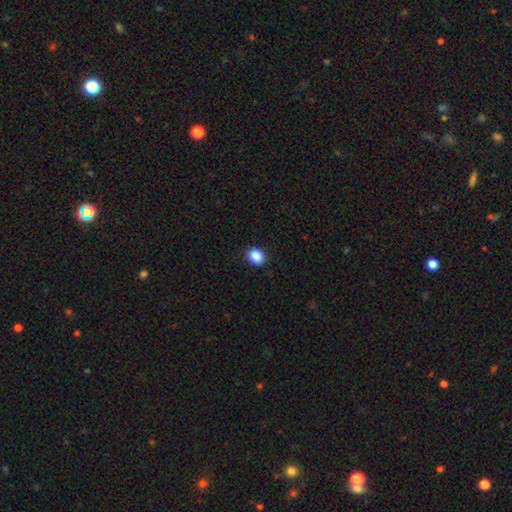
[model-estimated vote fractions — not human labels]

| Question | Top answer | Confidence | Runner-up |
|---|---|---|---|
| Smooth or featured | smooth | 88% | star or artifact (9%) |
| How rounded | round | 57% | in between (42%) |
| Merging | none | 90% | minor disturbance (7%) |